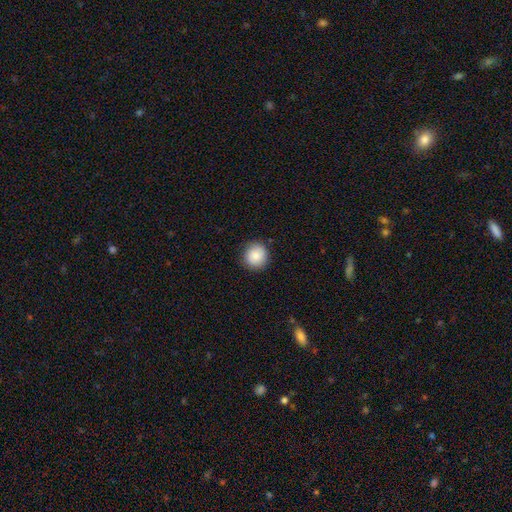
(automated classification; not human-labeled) A smooth galaxy with no disk features (85%) that is round (93%).

Vote fractions:
- Smooth or featured? smooth: 85% / star or artifact: 8% / featured or disk: 7%
- How rounded? round: 93% / in between: 6% / cigar-shaped: 1%
- Merging? none: 87% / minor disturbance: 10% / major disturbance: 2% / merger: 1%